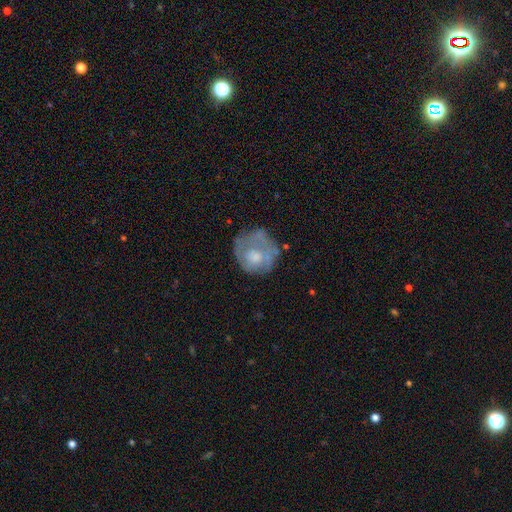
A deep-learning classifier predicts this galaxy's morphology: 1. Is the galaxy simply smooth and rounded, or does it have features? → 48% smooth, 44% featured or disk, 8% star or artifact.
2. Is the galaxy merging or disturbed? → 50% none, 25% minor disturbance, 21% major disturbance, 4% merger.